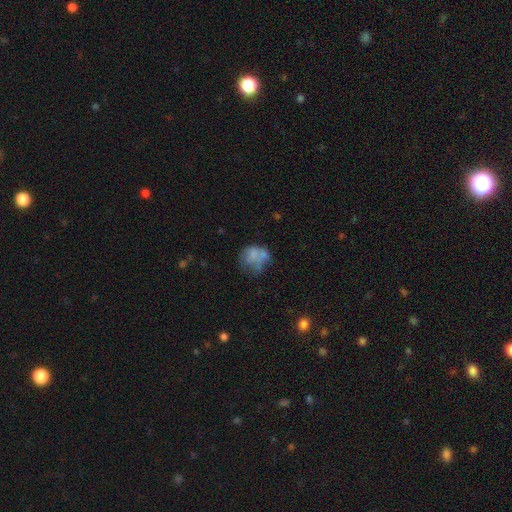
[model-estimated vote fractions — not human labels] The model was most divided on "merging": none: 34%, major disturbance: 29%, minor disturbance: 26%, merger: 11%. More confident: smooth or featured — smooth (57%); how rounded — round (55%).